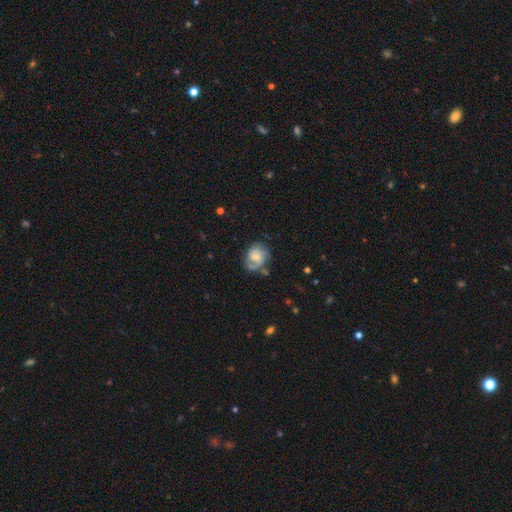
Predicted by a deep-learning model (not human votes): smooth_or_featured: featured or disk (p=0.60) [alt: smooth p=0.32]
disk_edge_on: no (p=0.97) [alt: yes p=0.03]
bar: no (p=0.59) [alt: weak p=0.35]
has_spiral_arms: yes (p=0.86) [alt: no p=0.14]
spiral_winding: tight (p=0.41) [tied with: medium p=0.41]
spiral_arm_count: 2 (p=0.52) [alt: 1 p=0.23]
bulge_size: small (p=0.42) [alt: moderate p=0.40]
merging: none (p=0.58) [alt: minor disturbance p=0.25]